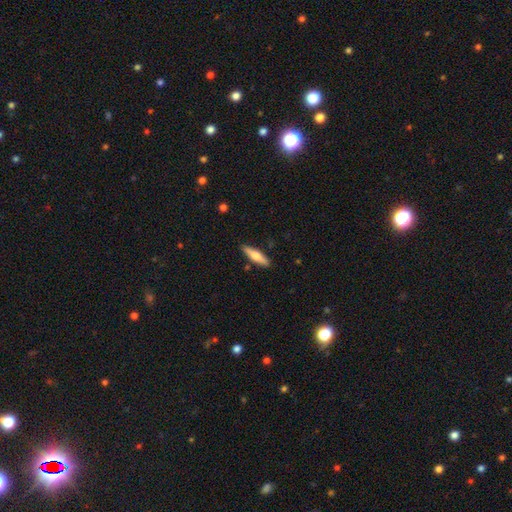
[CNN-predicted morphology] smooth-or-featured: smooth: 60% | featured or disk: 35% | star or artifact: 5%
  how-rounded: cigar-shaped: 69% | in between: 29% | round: 2%
  merging: none: 87% | minor disturbance: 9% | merger: 2% | major disturbance: 2%